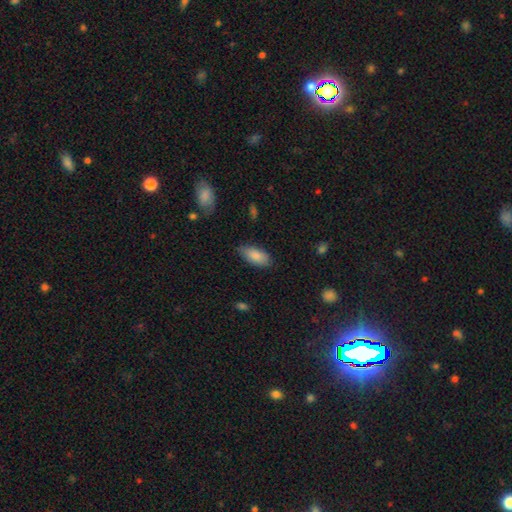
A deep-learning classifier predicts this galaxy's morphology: A smooth galaxy with no disk features (86%) that is in between round and cigar-shaped (89%).

Vote fractions:
- Smooth or featured? smooth: 86% / featured or disk: 7% / star or artifact: 6%
- How rounded? in between: 89% / cigar-shaped: 9% / round: 2%
- Merging? none: 77% / minor disturbance: 18% / major disturbance: 3% / merger: 1%